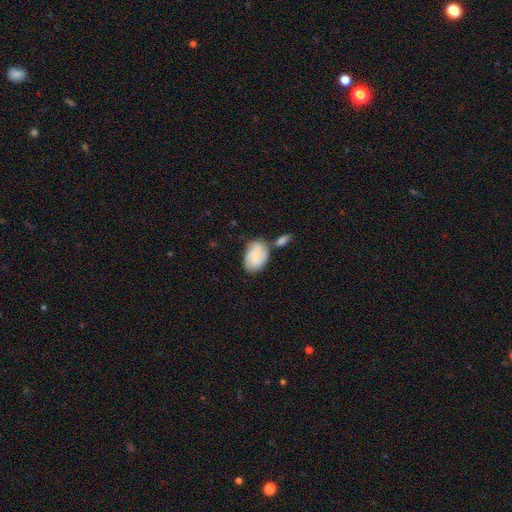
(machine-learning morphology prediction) Q: Smooth or featured?
A: smooth (56%); runner-up: featured or disk (36%)
Q: How rounded?
A: in between (86%); runner-up: round (13%)
Q: Merging?
A: none (49%); runner-up: minor disturbance (23%)